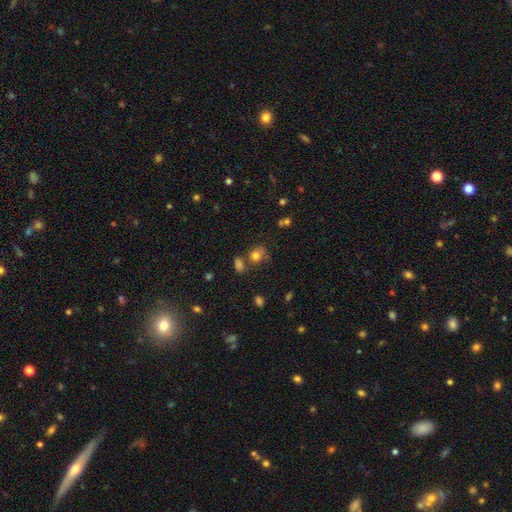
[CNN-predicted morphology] Smooth or featured: smooth — 74% (star or artifact — 15%)
How rounded: round — 58% (in between — 40%)
Merging: none — 50% (merger — 22%)